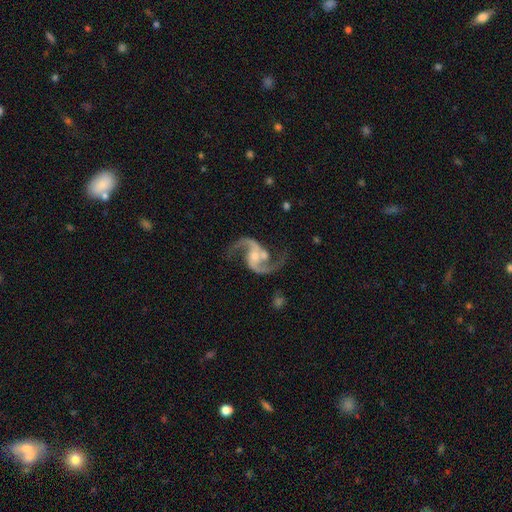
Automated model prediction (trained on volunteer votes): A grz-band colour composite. It shows a featured or disk galaxy (93%) with no bar (46%), 2 (95%) loose (57%) spiral arms (98%) and a moderate central bulge (46%). Merging: none (71%).